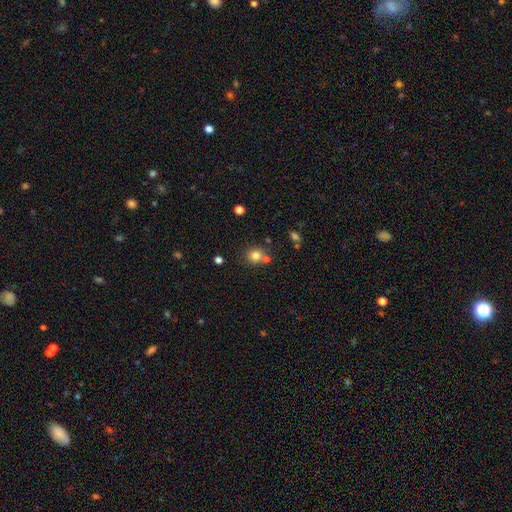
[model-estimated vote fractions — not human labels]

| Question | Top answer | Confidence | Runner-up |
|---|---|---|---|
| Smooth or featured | smooth | 78% | star or artifact (13%) |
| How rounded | round | 86% | in between (13%) |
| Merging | none | 66% | merger (22%) |